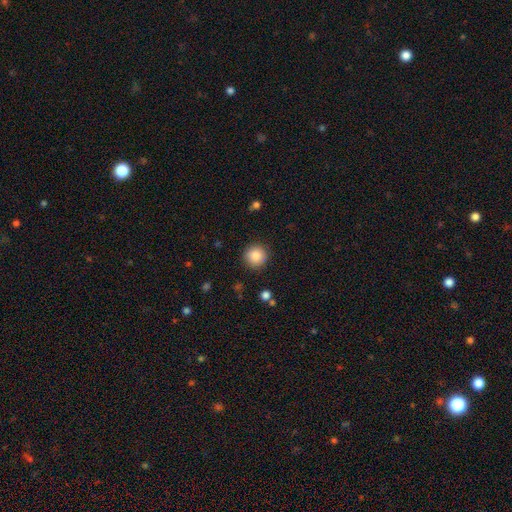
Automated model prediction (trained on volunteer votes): Q: Smooth or featured?
A: smooth (86%); runner-up: star or artifact (9%)
Q: How rounded?
A: round (94%); runner-up: in between (5%)
Q: Merging?
A: none (90%); runner-up: minor disturbance (6%)